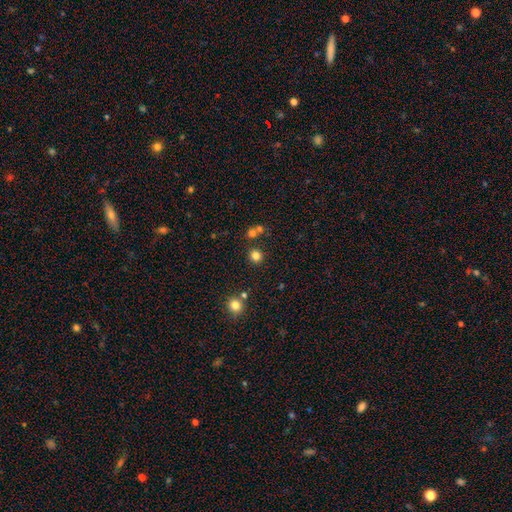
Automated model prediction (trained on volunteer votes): smooth 80%, star or artifact 15%, featured or disk 5%. Down the decision tree: how rounded — round (92%); merging — none (82%).